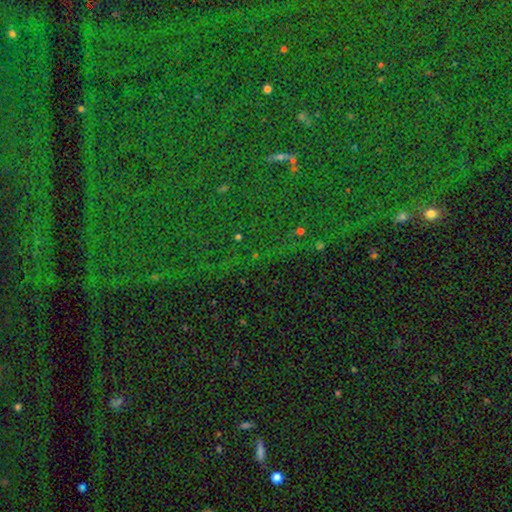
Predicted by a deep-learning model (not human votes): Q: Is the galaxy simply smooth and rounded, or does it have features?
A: star or artifact — 79%.